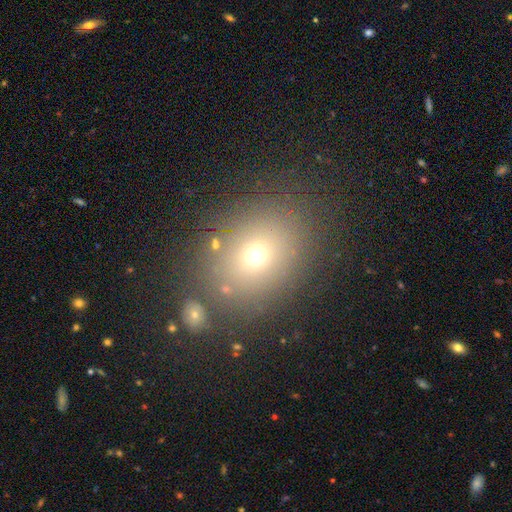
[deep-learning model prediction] smooth 65%, star or artifact 21%, featured or disk 14%. Down the decision tree: how rounded — round (50%); merging — none (78%).